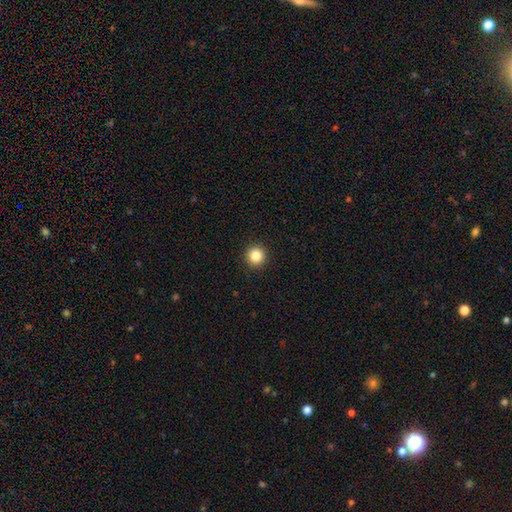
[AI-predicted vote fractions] smooth-or-featured: smooth: 86% | star or artifact: 11% | featured or disk: 4%
  how-rounded: round: 94% | in between: 5% | cigar-shaped: 1%
  merging: none: 93% | minor disturbance: 4% | major disturbance: 2% | merger: 1%